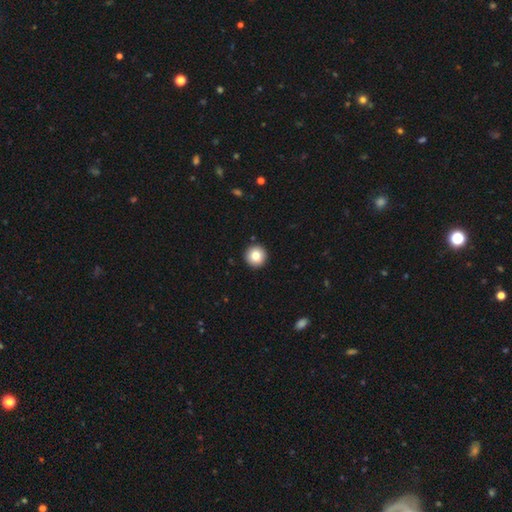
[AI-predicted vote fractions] Q: Smooth or featured?
A: smooth (83%); runner-up: star or artifact (9%)
Q: How rounded?
A: round (97%); runner-up: in between (2%)
Q: Merging?
A: none (93%); runner-up: minor disturbance (4%)